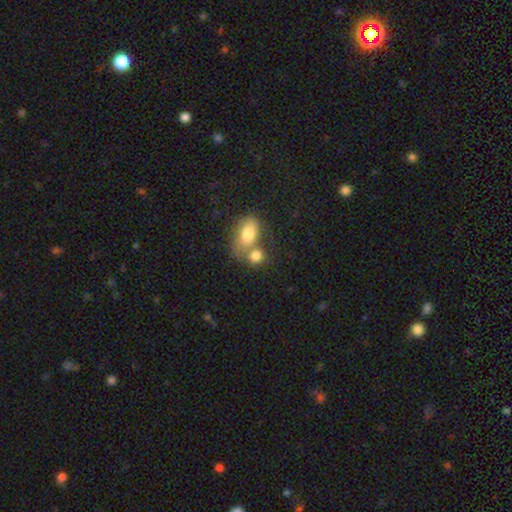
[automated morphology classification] Q: Smooth or featured?
A: smooth (80%); runner-up: featured or disk (10%)
Q: How rounded?
A: round (51%); runner-up: in between (47%)
Q: Merging?
A: merger (49%); runner-up: none (35%)